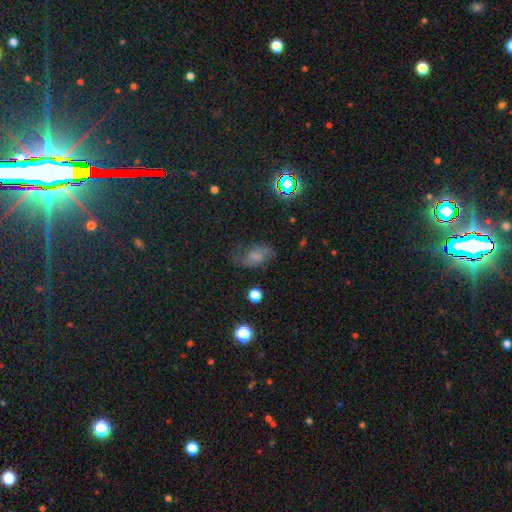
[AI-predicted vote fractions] Smooth or featured? Predicted: smooth (p=0.54). How rounded? Predicted: in between (p=0.87). Merging? Predicted: none (p=0.55).